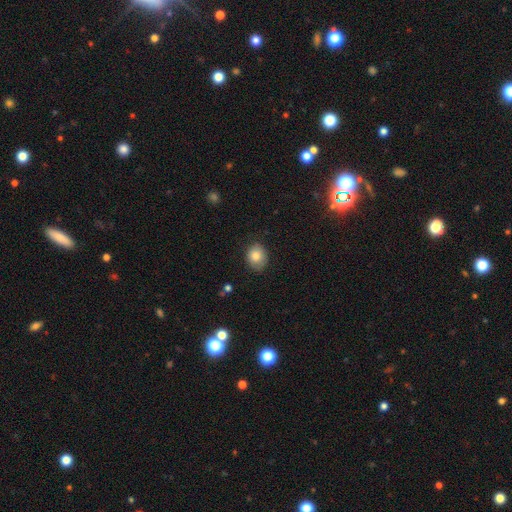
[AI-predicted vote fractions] Smooth or featured?
  - smooth: 82% *
  - featured or disk: 9%
  - star or artifact: 9%
How rounded?
  - round: 51% *
  - in between: 48%
  - cigar-shaped: 1%
Merging?
  - none: 76% *
  - minor disturbance: 20%
  - major disturbance: 4%
  - merger: 1%